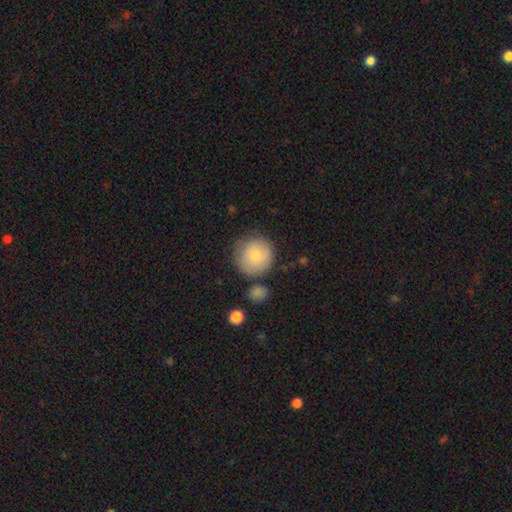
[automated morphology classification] Overall: smooth (77%). How rounded: round (94%). Merging: none (73%).